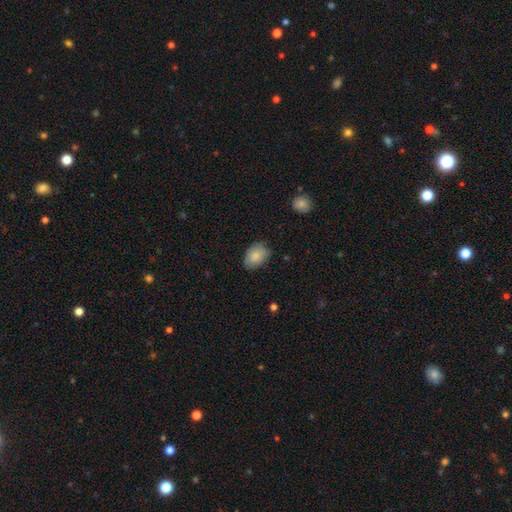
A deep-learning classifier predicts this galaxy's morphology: The model was most divided on "merging": none: 75%, minor disturbance: 20%, major disturbance: 4%, merger: 1%. More confident: smooth or featured — smooth (85%); how rounded — in between (83%).